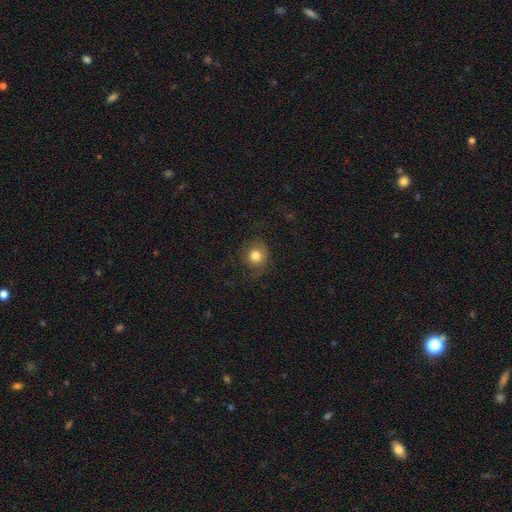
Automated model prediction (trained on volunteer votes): The model was most divided on "merging": none: 76%, minor disturbance: 15%, major disturbance: 8%, merger: 1%. More confident: how rounded — round (87%); smooth or featured — smooth (79%).